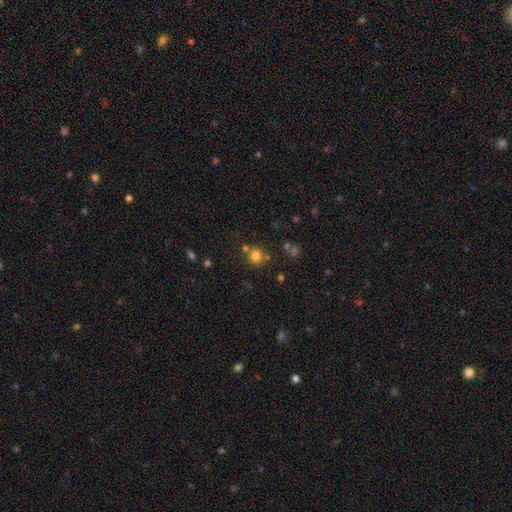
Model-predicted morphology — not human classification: type=smooth (76%); roundness=round (89%); merging=none (70%).